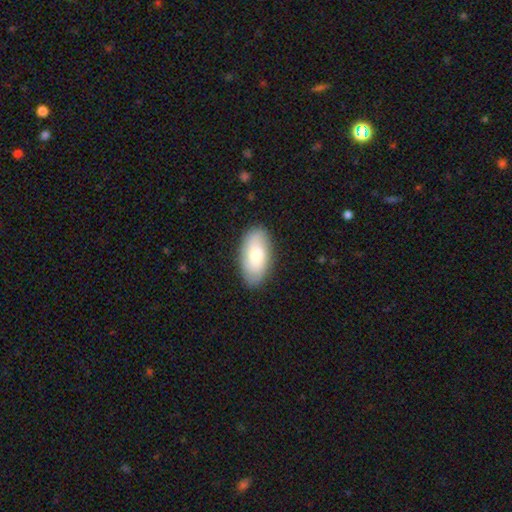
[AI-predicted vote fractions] The model was most divided on "smooth or featured": smooth: 73%, featured or disk: 21%, star or artifact: 6%. More confident: how rounded — in between (93%); merging — none (86%).